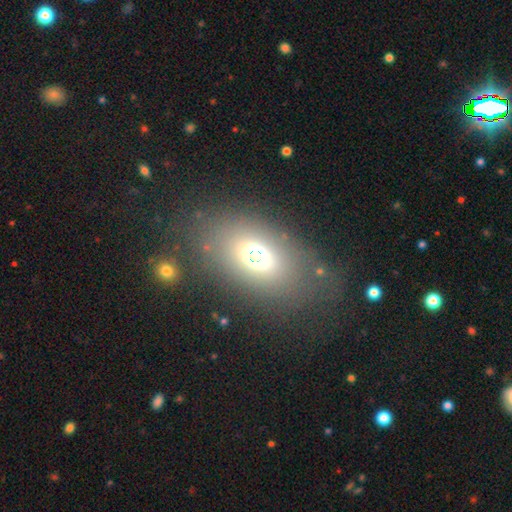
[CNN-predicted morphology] Smooth or featured: smooth — 63% (star or artifact — 21%)
How rounded: in between — 76% (round — 21%)
Merging: none — 72% (minor disturbance — 13%)